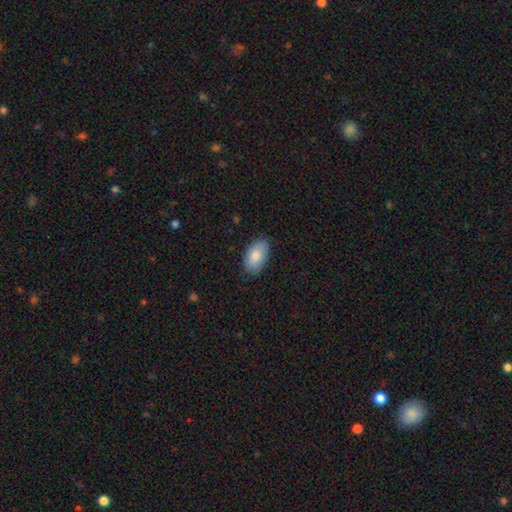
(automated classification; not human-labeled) The model was most divided on "merging": none: 83%, minor disturbance: 14%, major disturbance: 3%, merger: 1%. More confident: how rounded — in between (95%); smooth or featured — smooth (84%).